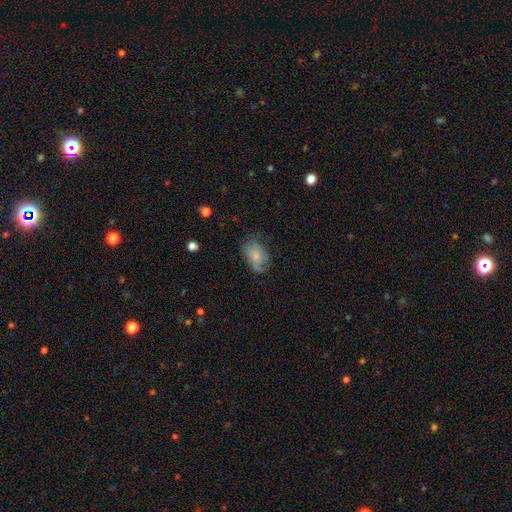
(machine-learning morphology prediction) This appears to be a smooth galaxy with no disk features (69%) that is in between round and cigar-shaped (86%). Merging: none (56%).